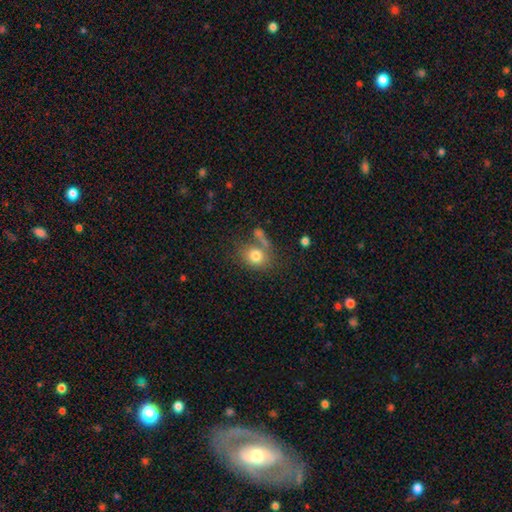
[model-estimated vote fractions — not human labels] A smooth galaxy with no disk features (78%) that is round (64%).

Vote fractions:
- Smooth or featured? smooth: 78% / featured or disk: 11% / star or artifact: 11%
- How rounded? round: 64% / in between: 35% / cigar-shaped: 1%
- Merging? none: 56% / merger: 18% / minor disturbance: 16% / major disturbance: 9%